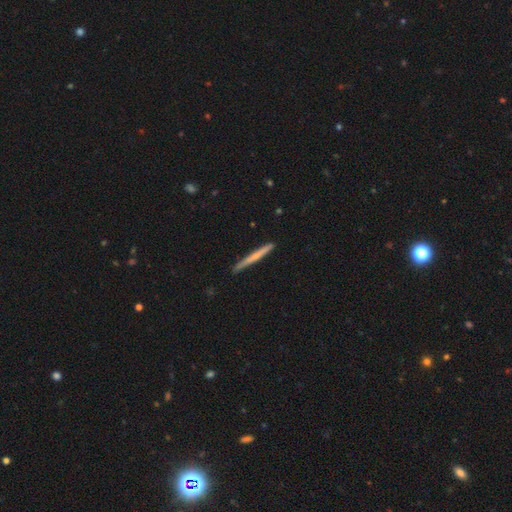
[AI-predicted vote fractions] Overall: featured or disk (48%; smooth 46%). Merging: none (89%).